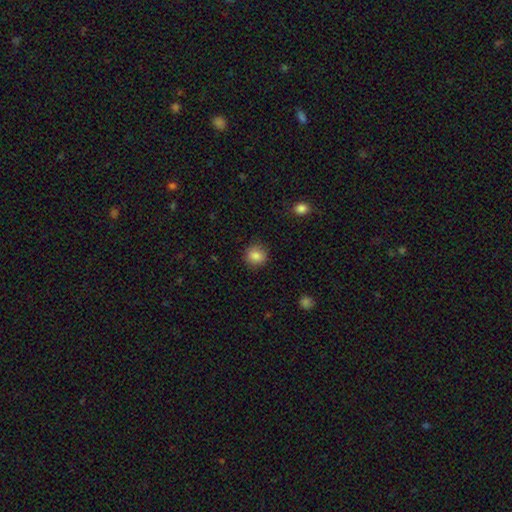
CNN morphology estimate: Smooth or featured?
  - smooth: 86% *
  - star or artifact: 9%
  - featured or disk: 5%
How rounded?
  - round: 89% *
  - in between: 10%
  - cigar-shaped: 1%
Merging?
  - none: 88% *
  - minor disturbance: 8%
  - major disturbance: 2%
  - merger: 1%